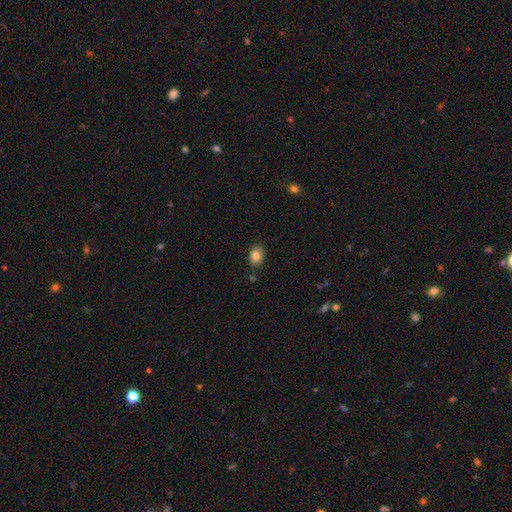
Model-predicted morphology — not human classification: Smooth or featured?
  - smooth: 85% *
  - star or artifact: 9%
  - featured or disk: 6%
How rounded?
  - in between: 73% *
  - round: 26%
  - cigar-shaped: 1%
Merging?
  - none: 81% *
  - minor disturbance: 13%
  - merger: 4%
  - major disturbance: 3%